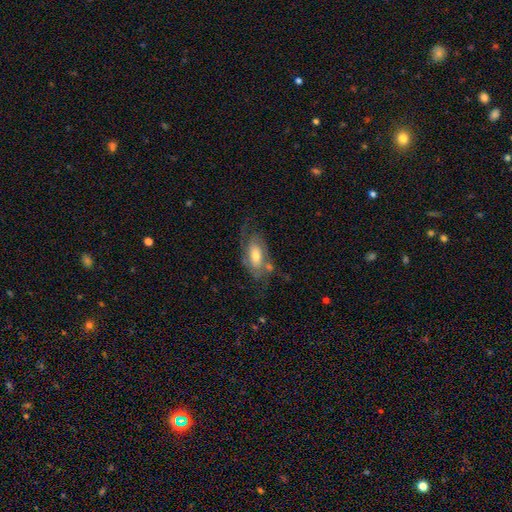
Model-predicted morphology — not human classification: smooth-or-featured: featured or disk: 69% | smooth: 25% | star or artifact: 7%
  disk-edge-on: no: 93% | yes: 7%
    bar: no: 59% | weak: 32% | strong: 9%
    has-spiral-arms: yes: 86% | no: 14%
      spiral-winding: medium: 43% | tight: 34% | loose: 23%
      spiral-arm-count: 2: 58% | can't tell: 23% | 3: 8% | 1: 6% | 4: 3% | more than 4: 2%
    bulge-size: moderate: 58% | small: 25% | large: 13% | none: 2% | dominant: 2%
  merging: none: 54% | minor disturbance: 21% | major disturbance: 19% | merger: 5%